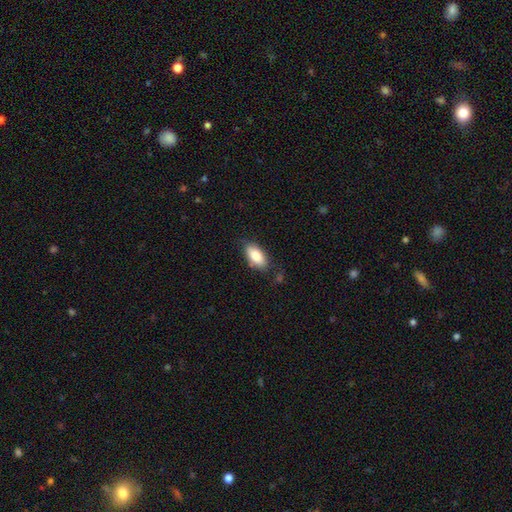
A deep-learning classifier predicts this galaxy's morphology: smooth-or-featured: smooth: 84% | featured or disk: 9% | star or artifact: 6%
  how-rounded: in between: 91% | cigar-shaped: 7% | round: 3%
  merging: none: 76% | minor disturbance: 18% | major disturbance: 4% | merger: 2%